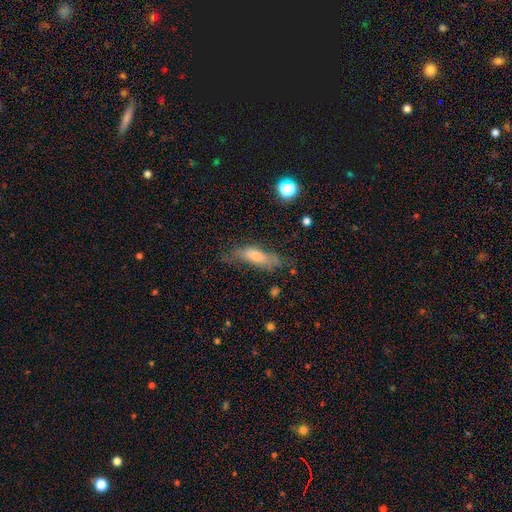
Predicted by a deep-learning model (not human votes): Smooth or featured? smooth (59%)
How rounded? cigar-shaped (52%)
Merging? none (59%)